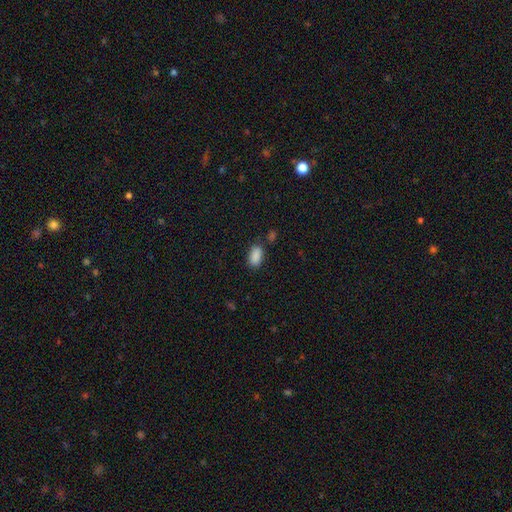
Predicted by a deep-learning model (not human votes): smooth_or_featured: smooth (p=0.89) [alt: star or artifact p=0.08]
how_rounded: in between (p=0.92) [alt: round p=0.04]
merging: none (p=0.79) [alt: minor disturbance p=0.13]